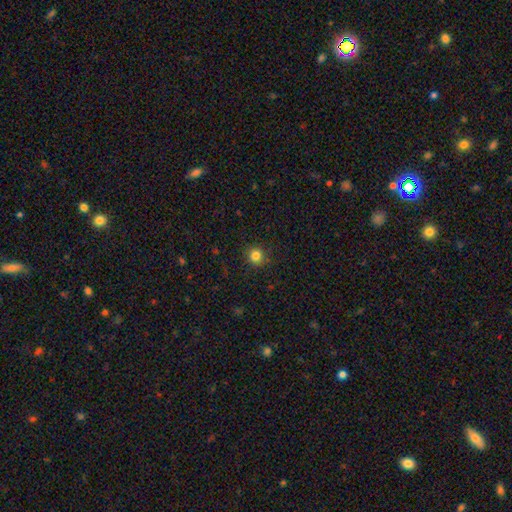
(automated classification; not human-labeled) smooth 83%, star or artifact 13%, featured or disk 5%. Down the decision tree: how rounded — round (91%); merging — none (89%).